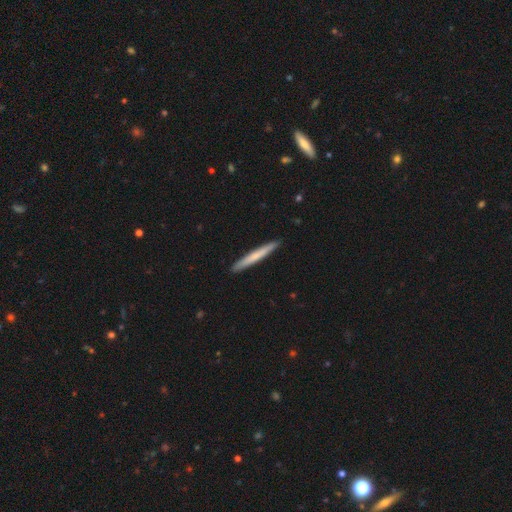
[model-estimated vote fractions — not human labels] Morphology: type=smooth (63%); roundness=cigar-shaped (97%); merging=none (93%).